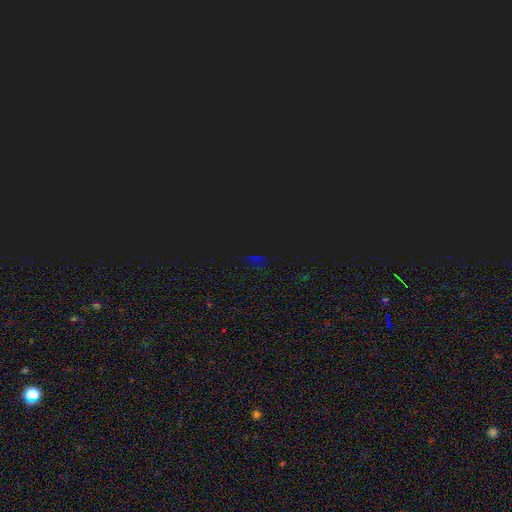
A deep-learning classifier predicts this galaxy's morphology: Q: Smooth or featured?
A: star or artifact (78%); runner-up: smooth (16%)